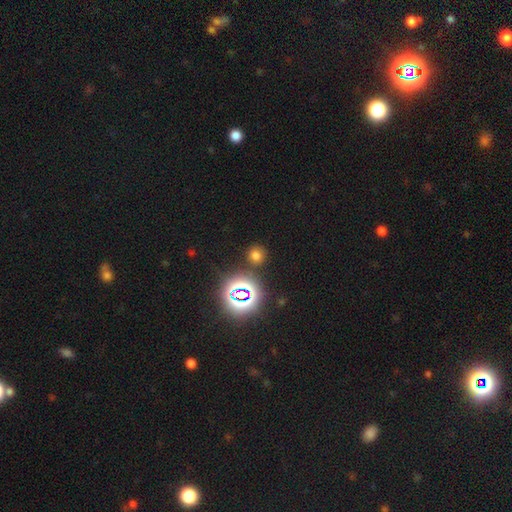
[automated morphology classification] Overall: smooth (64%; star or artifact 29%). How rounded: round (87%). Merging: none (84%).